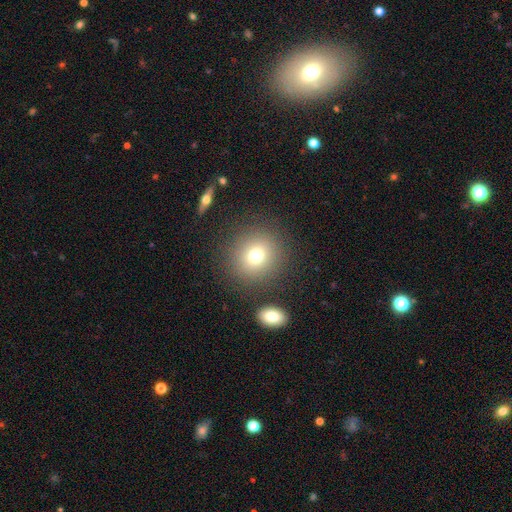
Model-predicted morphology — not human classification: A smooth galaxy with no disk features (74%) that is round (88%). Merging: none (84%).